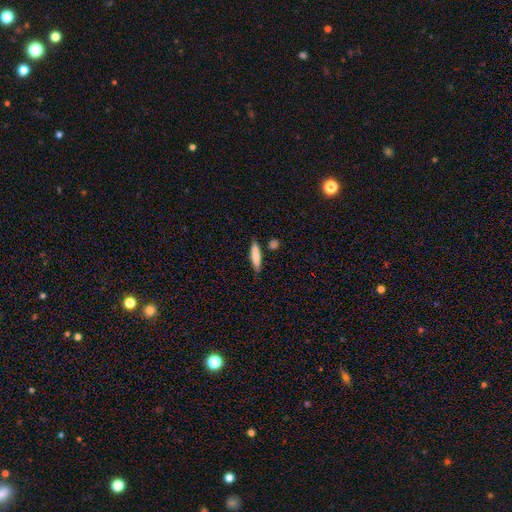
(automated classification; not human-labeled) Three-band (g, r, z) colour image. It shows a smooth galaxy with no disk features (80%) that is cigar-shaped (79%). Merging: none (81%).